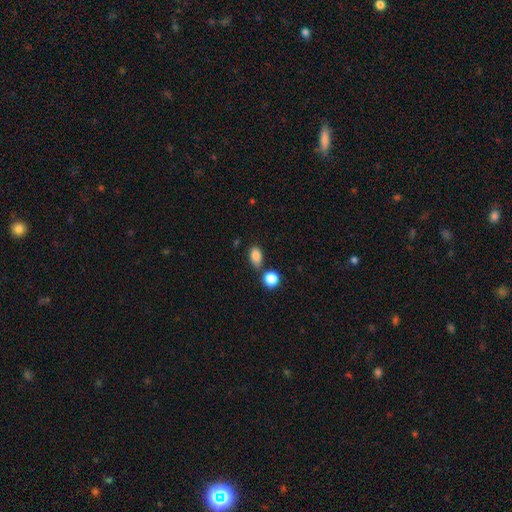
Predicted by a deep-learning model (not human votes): Smooth or featured?
  - smooth: 84% *
  - star or artifact: 10%
  - featured or disk: 7%
How rounded?
  - in between: 84% *
  - round: 13%
  - cigar-shaped: 3%
Merging?
  - none: 69% *
  - minor disturbance: 14%
  - merger: 14%
  - major disturbance: 4%